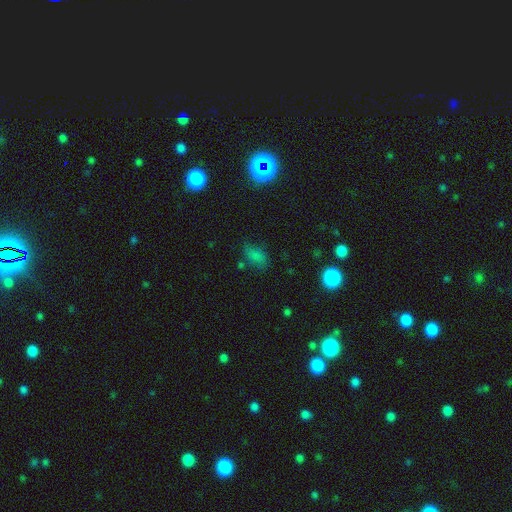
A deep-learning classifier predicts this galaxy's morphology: Smooth or featured? smooth (71%)
How rounded? in between (87%)
Merging? none (58%)